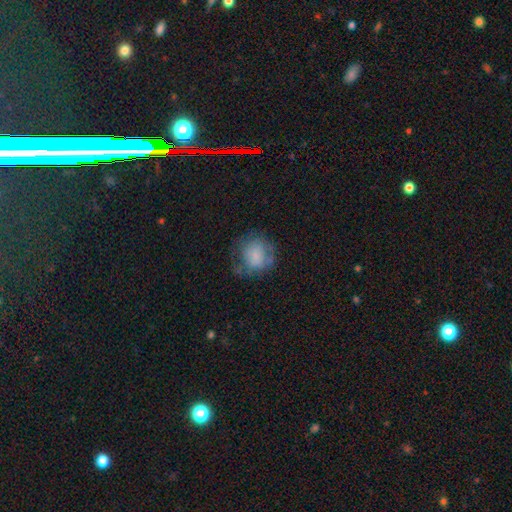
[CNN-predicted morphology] type=smooth (65%); roundness=round (79%); merging=none (52%).